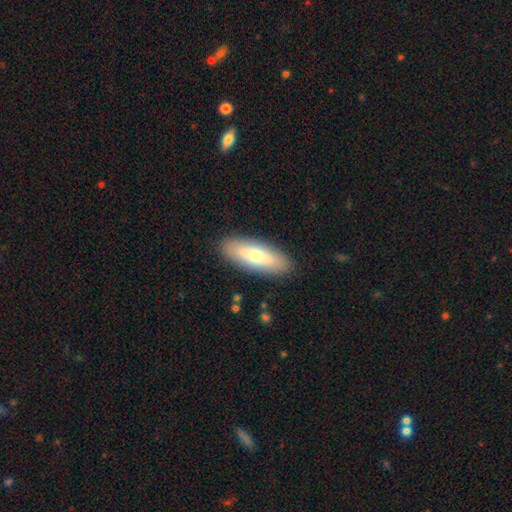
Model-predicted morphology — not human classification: This is likely a smooth galaxy (68%). How rounded: possibly in between (59%). Merging: clearly none (89%).